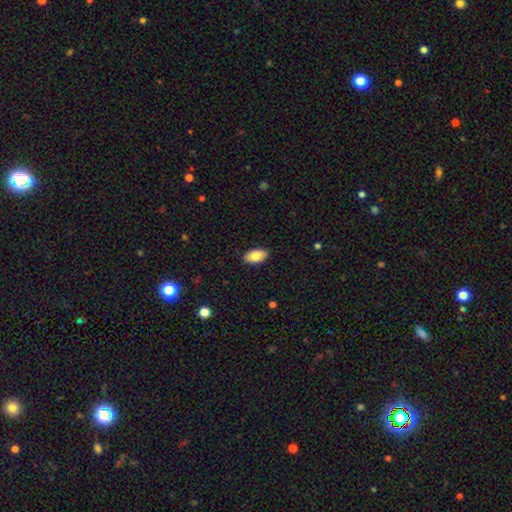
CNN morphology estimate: This is clearly a smooth galaxy (83%). How rounded: clearly in between (94%). Merging: clearly none (88%).